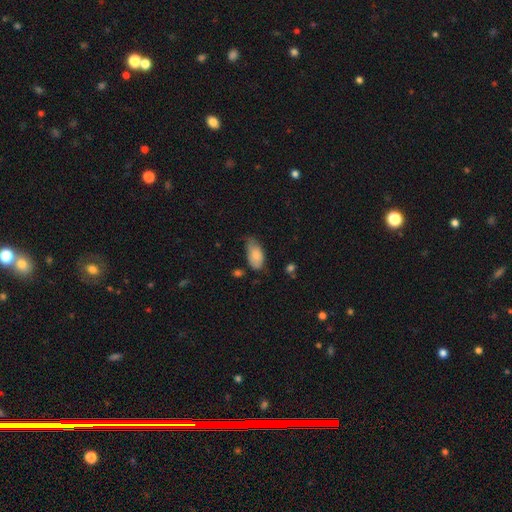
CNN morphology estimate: A smooth galaxy with no disk features (82%) that is in between round and cigar-shaped (94%).

Vote fractions:
- Smooth or featured? smooth: 82% / featured or disk: 11% / star or artifact: 7%
- How rounded? in between: 94% / round: 3% / cigar-shaped: 3%
- Merging? minor disturbance: 45% / none: 40% / major disturbance: 12% / merger: 3%